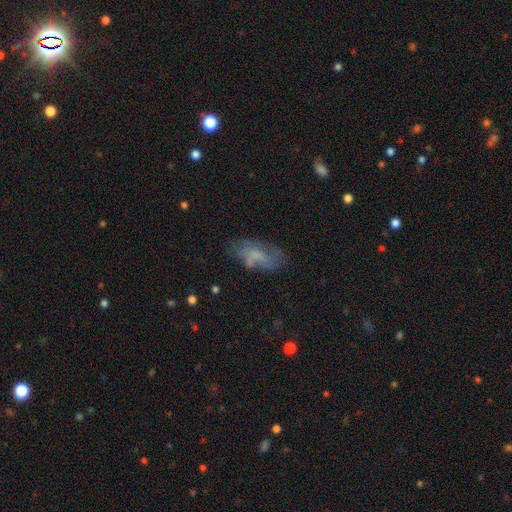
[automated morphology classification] smooth_or_featured: smooth (p=0.56) [alt: featured or disk p=0.35]
how_rounded: in between (p=0.88) [alt: cigar-shaped p=0.09]
merging: none (p=0.56) [alt: minor disturbance p=0.26]